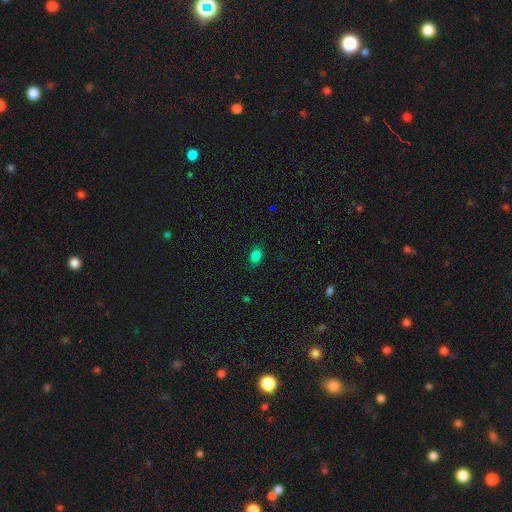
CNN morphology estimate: smooth-or-featured: smooth: 81% | star or artifact: 14% | featured or disk: 6%
  how-rounded: in between: 77% | round: 21% | cigar-shaped: 2%
  merging: none: 84% | minor disturbance: 12% | major disturbance: 3% | merger: 1%